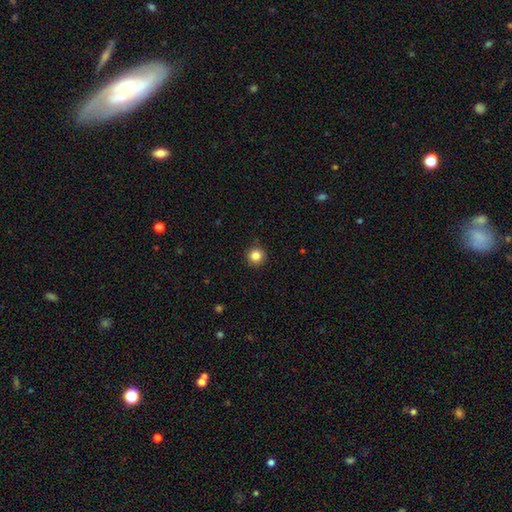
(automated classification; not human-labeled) This is clearly a smooth galaxy (84%). How rounded: clearly round (95%). Merging: clearly none (90%).